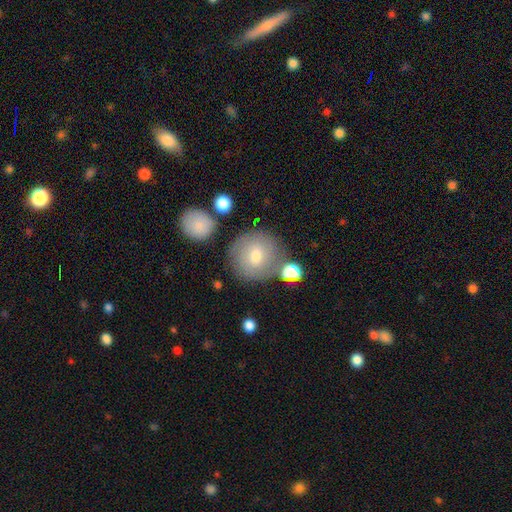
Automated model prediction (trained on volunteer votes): The model was most divided on "smooth or featured": smooth: 60%, featured or disk: 32%, star or artifact: 8%. More confident: how rounded — round (92%); merging — none (72%).